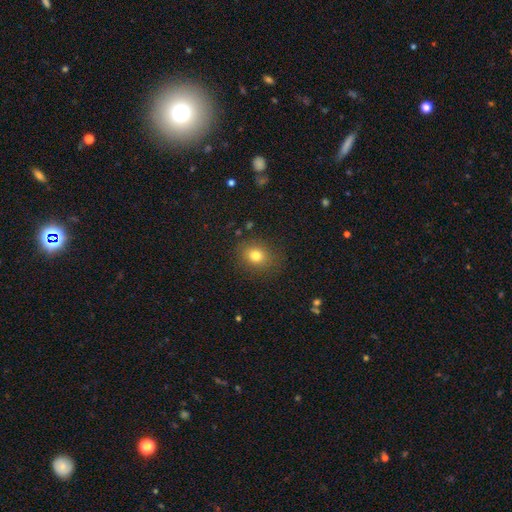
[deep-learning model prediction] Q: Smooth or featured?
A: smooth (78%); runner-up: star or artifact (13%)
Q: How rounded?
A: round (59%); runner-up: in between (40%)
Q: Merging?
A: none (85%); runner-up: minor disturbance (10%)